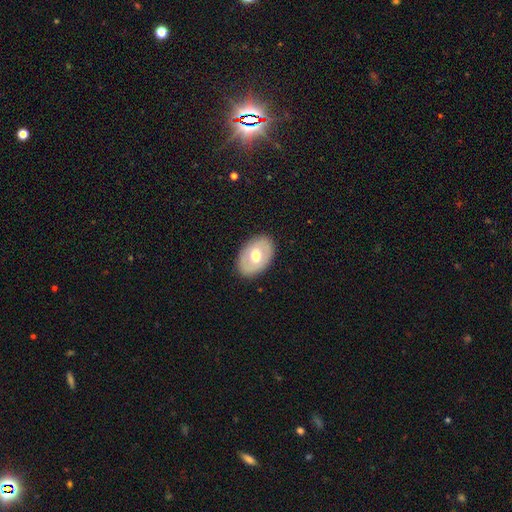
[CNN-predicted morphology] A smooth galaxy with no disk features (53%) that is in between round and cigar-shaped (81%). Merging: none (86%).